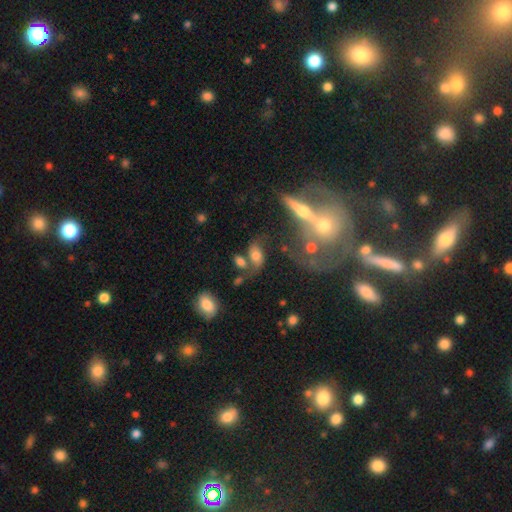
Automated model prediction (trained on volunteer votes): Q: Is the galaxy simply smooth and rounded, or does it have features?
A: smooth — 49%.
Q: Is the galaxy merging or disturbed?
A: none — 42%.